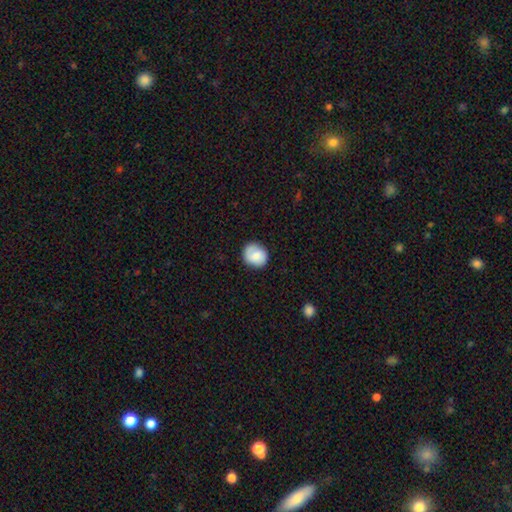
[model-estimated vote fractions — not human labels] Smooth or featured: smooth — 75% (featured or disk — 18%)
How rounded: round — 75% (in between — 24%)
Merging: none — 81% (minor disturbance — 15%)